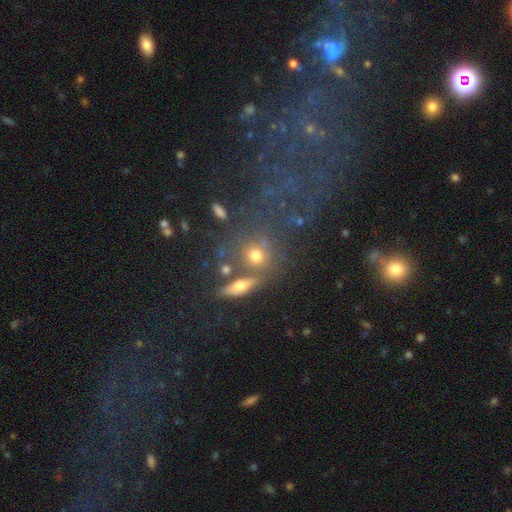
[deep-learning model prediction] Smooth or featured? Predicted: smooth (p=0.58). How rounded? Predicted: round (p=0.62). Merging? Predicted: none (p=0.60).